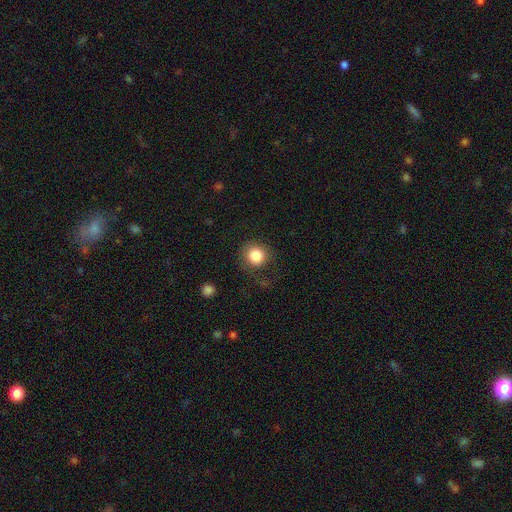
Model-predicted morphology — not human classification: The model was most divided on "merging": none: 76%, minor disturbance: 14%, major disturbance: 8%, merger: 2%. More confident: how rounded — round (89%); smooth or featured — smooth (84%).